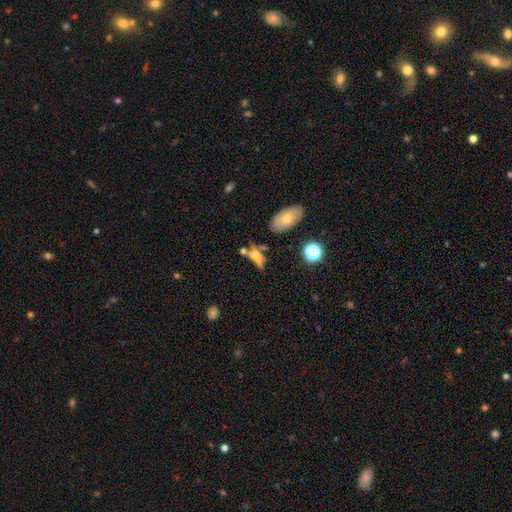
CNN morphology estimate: Smooth or featured?
  - smooth: 53% *
  - featured or disk: 31%
  - star or artifact: 15%
How rounded?
  - in between: 63% *
  - cigar-shaped: 26%
  - round: 11%
Merging?
  - none: 38% *
  - merger: 23%
  - minor disturbance: 22%
  - major disturbance: 17%